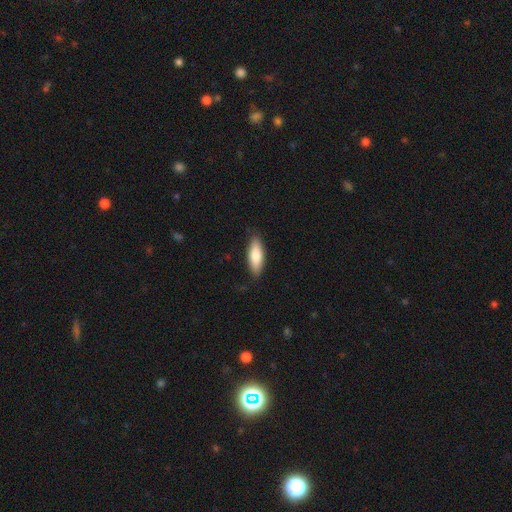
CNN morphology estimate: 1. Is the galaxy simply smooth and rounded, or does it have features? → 78% smooth, 17% featured or disk, 6% star or artifact.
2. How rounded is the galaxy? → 61% in between, 37% cigar-shaped, 2% round.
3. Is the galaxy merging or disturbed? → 85% none, 12% minor disturbance, 2% major disturbance, 1% merger.